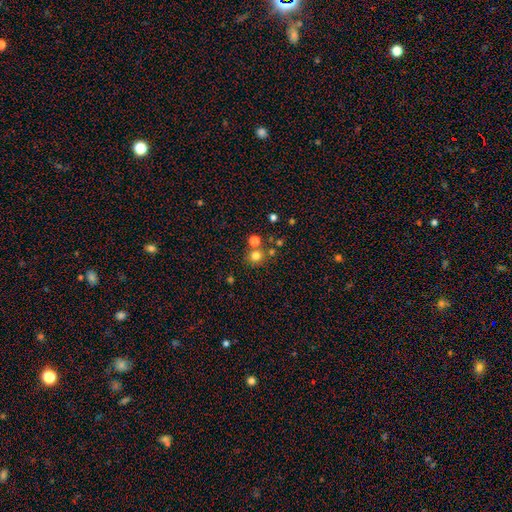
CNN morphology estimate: Q: Smooth or featured?
A: smooth (75%); runner-up: star or artifact (17%)
Q: How rounded?
A: round (85%); runner-up: in between (14%)
Q: Merging?
A: none (69%); runner-up: merger (18%)